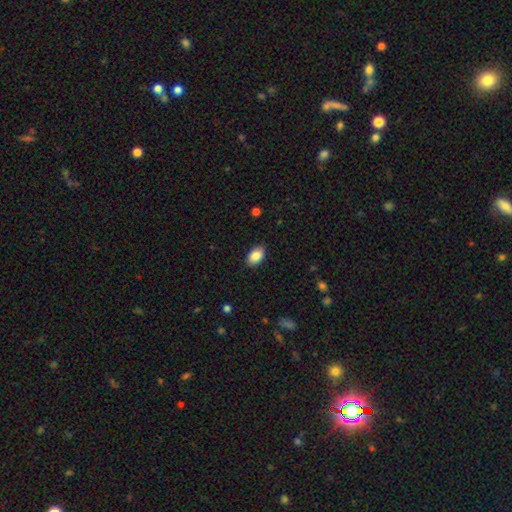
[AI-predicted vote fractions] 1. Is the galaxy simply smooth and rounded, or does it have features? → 88% smooth, 7% star or artifact, 5% featured or disk.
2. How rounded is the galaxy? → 92% in between, 7% round, 1% cigar-shaped.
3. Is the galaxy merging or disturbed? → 86% none, 11% minor disturbance, 2% major disturbance, 1% merger.